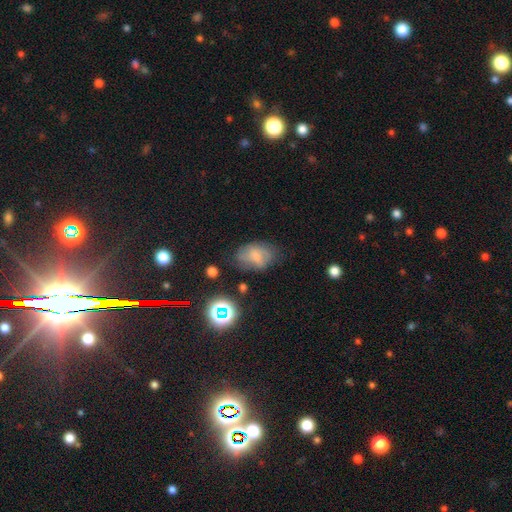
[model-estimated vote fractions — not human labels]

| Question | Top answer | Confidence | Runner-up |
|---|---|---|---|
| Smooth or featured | smooth | 53% | featured or disk (33%) |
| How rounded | in between | 82% | round (16%) |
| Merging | none | 56% | minor disturbance (28%) |